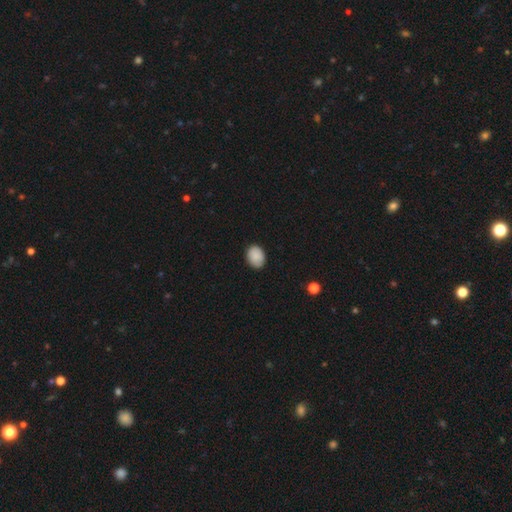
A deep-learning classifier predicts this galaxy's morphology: Overall: smooth (88%). How rounded: in between (62%; round 37%). Merging: none (84%).